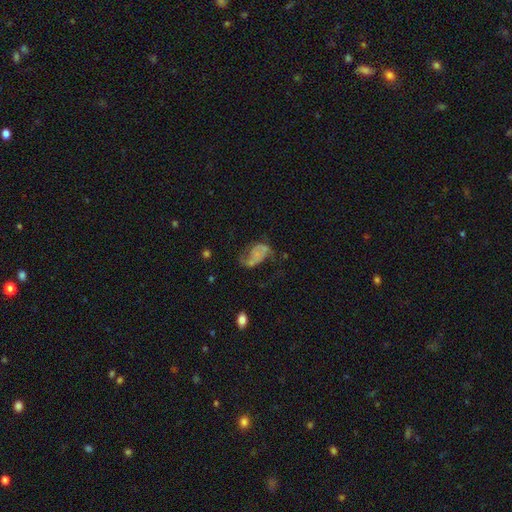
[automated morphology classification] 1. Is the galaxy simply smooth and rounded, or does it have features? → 48% featured or disk, 39% smooth, 13% star or artifact.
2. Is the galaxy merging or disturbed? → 45% major disturbance, 27% none, 22% minor disturbance, 6% merger.